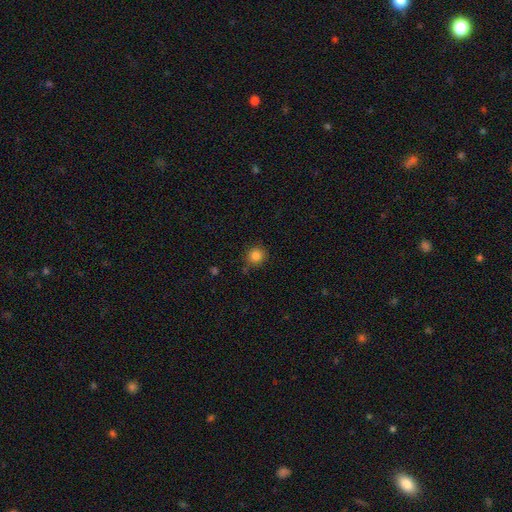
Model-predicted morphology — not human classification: Smooth or featured? smooth (85%)
How rounded? round (91%)
Merging? none (83%)